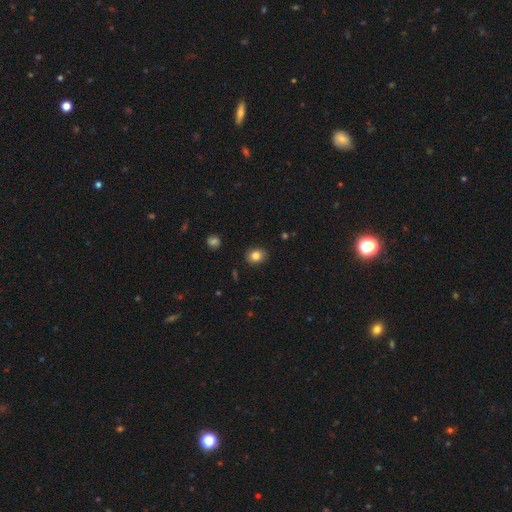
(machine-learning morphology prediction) A smooth galaxy with no disk features (84%) that is round (53%).

Vote fractions:
- Smooth or featured? smooth: 84% / star or artifact: 10% / featured or disk: 6%
- How rounded? round: 53% / in between: 46% / cigar-shaped: 1%
- Merging? none: 87% / minor disturbance: 10% / major disturbance: 2% / merger: 1%